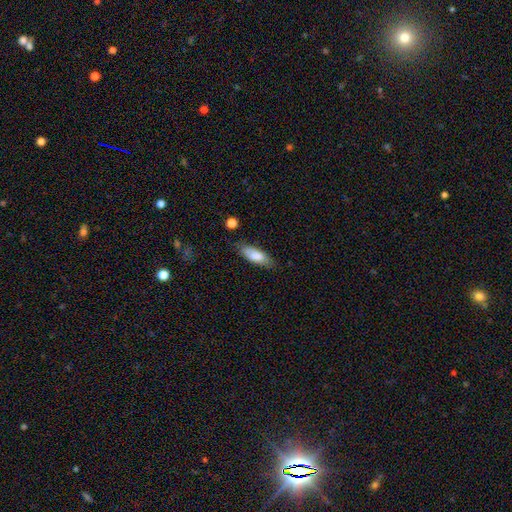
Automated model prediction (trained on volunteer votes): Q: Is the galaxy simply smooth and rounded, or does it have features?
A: smooth — 81%.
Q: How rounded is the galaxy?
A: in between — 63%.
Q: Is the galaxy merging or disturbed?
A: none — 78%.